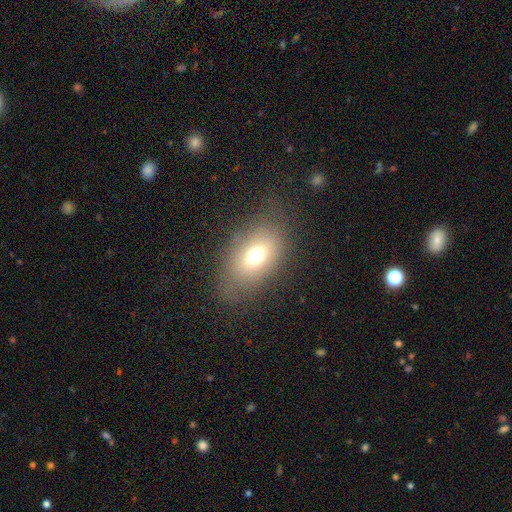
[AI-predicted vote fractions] A smooth galaxy with no disk features (66%) that is in between round and cigar-shaped (74%). Merging: none (70%).